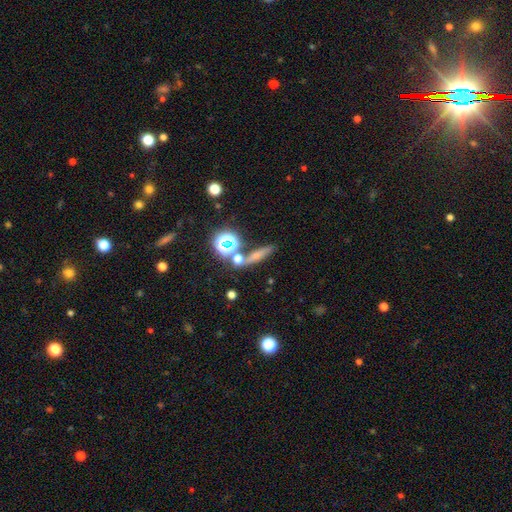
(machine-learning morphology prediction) Smooth or featured? smooth (50%)
Merging? none (71%)